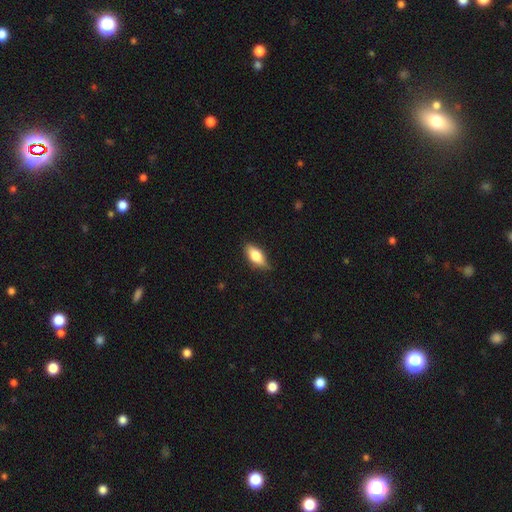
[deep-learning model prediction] smooth-or-featured: smooth: 76% | featured or disk: 18% | star or artifact: 6%
  how-rounded: in between: 84% | cigar-shaped: 13% | round: 3%
  merging: none: 79% | minor disturbance: 17% | major disturbance: 3% | merger: 1%